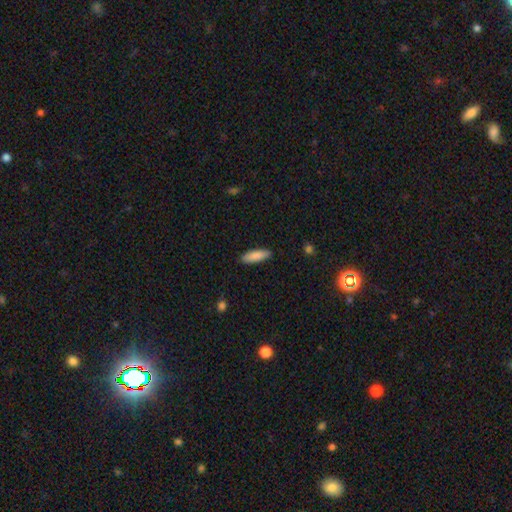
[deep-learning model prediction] This appears to be a smooth galaxy with no disk features (88%) that is in between round and cigar-shaped (55%). Merging: none (87%).